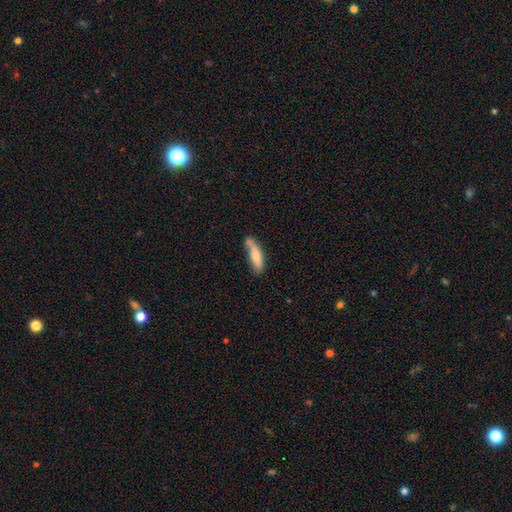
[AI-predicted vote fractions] The model was most divided on "how rounded": cigar-shaped: 54%, in between: 44%, round: 2%. More confident: smooth or featured — smooth (70%); merging — none (51%).